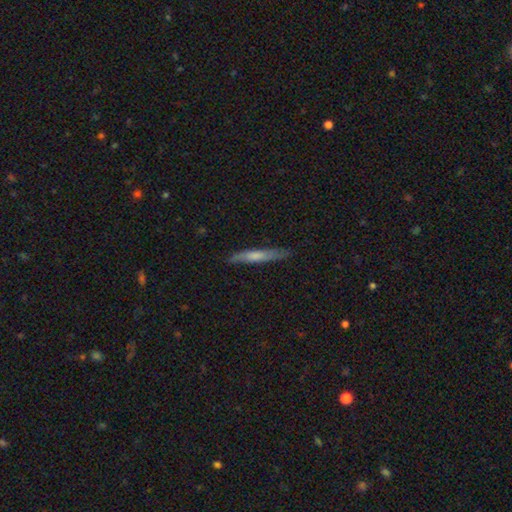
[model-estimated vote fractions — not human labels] Q: Smooth or featured?
A: smooth (59%); runner-up: featured or disk (35%)
Q: How rounded?
A: cigar-shaped (93%); runner-up: in between (6%)
Q: Merging?
A: none (81%); runner-up: minor disturbance (15%)